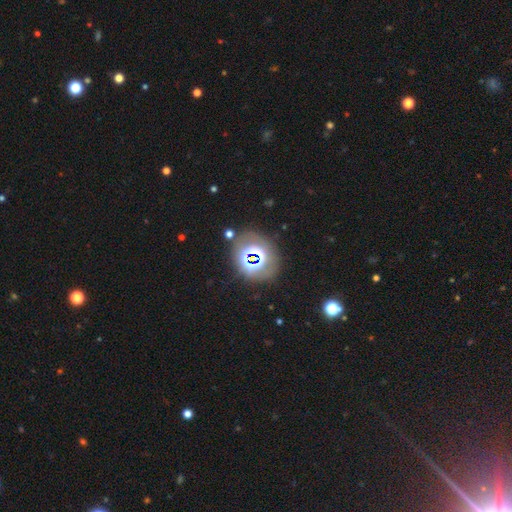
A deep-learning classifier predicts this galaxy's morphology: This is possibly a star or artifact rather than a galaxy (56%).